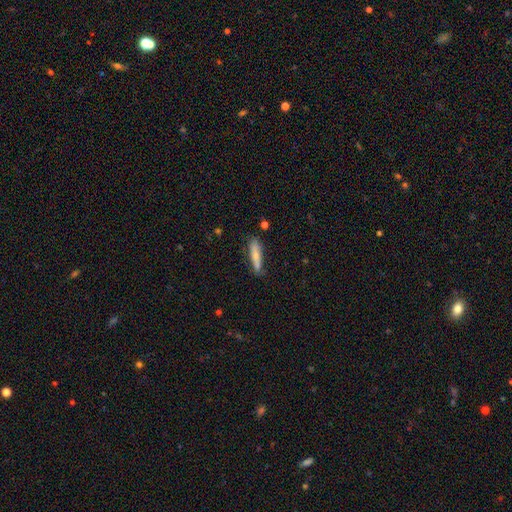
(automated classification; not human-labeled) This appears to be a smooth galaxy with no disk features (69%) that is cigar-shaped (82%). Merging: none (75%).